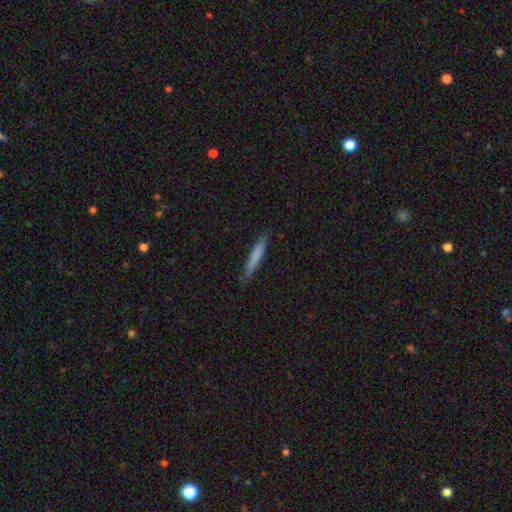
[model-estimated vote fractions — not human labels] smooth-or-featured: smooth: 75% | featured or disk: 19% | star or artifact: 6%
  how-rounded: cigar-shaped: 94% | in between: 5% | round: 1%
  merging: none: 85% | minor disturbance: 12% | major disturbance: 2% | merger: 1%